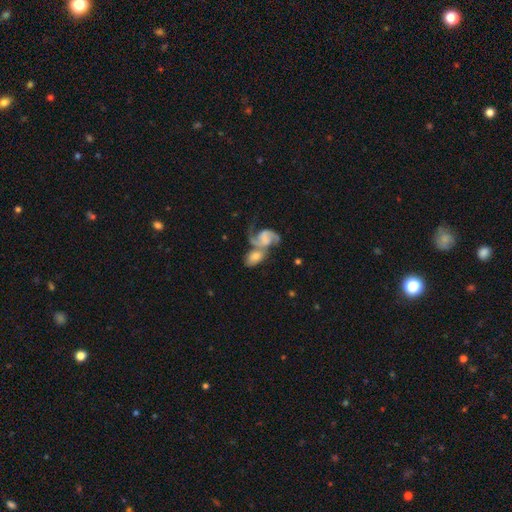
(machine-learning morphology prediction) Q: Smooth or featured?
A: featured or disk (72%); runner-up: smooth (17%)
Q: Edge-on disk?
A: no (96%); runner-up: yes (4%)
Q: Bar?
A: no (54%); runner-up: weak (36%)
Q: Spiral arms?
A: yes (90%); runner-up: no (10%)
Q: Spiral winding?
A: medium (46%); runner-up: loose (32%)
Q: Spiral arm count?
A: 2 (75%); runner-up: can't tell (9%)
Q: Bulge size?
A: small (44%); runner-up: moderate (30%)
Q: Merging?
A: merger (59%); runner-up: none (23%)